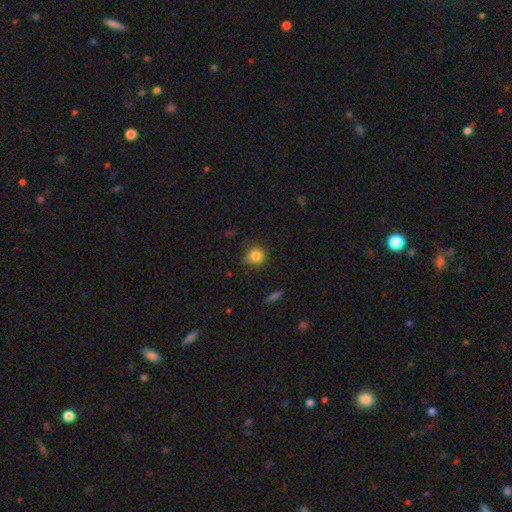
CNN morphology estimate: Smooth or featured? smooth (83%)
How rounded? round (86%)
Merging? none (74%)